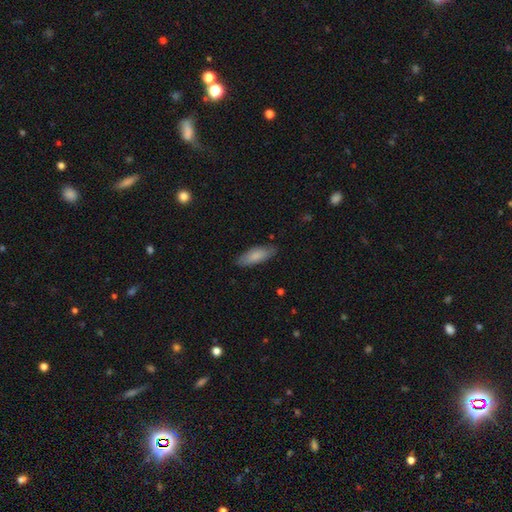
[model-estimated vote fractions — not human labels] Smooth or featured? smooth (81%)
How rounded? in between (68%)
Merging? none (81%)